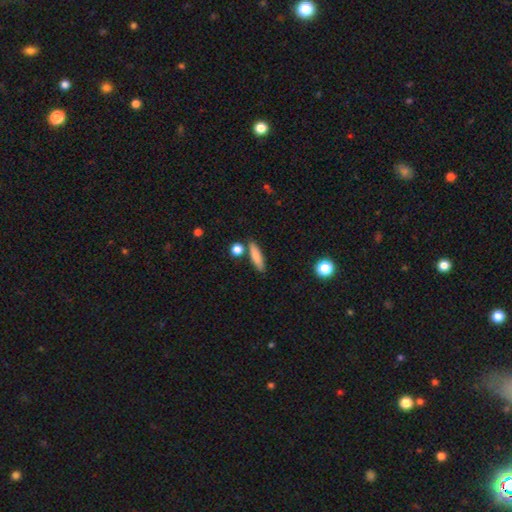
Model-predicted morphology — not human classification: Smooth or featured? smooth (82%)
How rounded? cigar-shaped (66%)
Merging? none (79%)